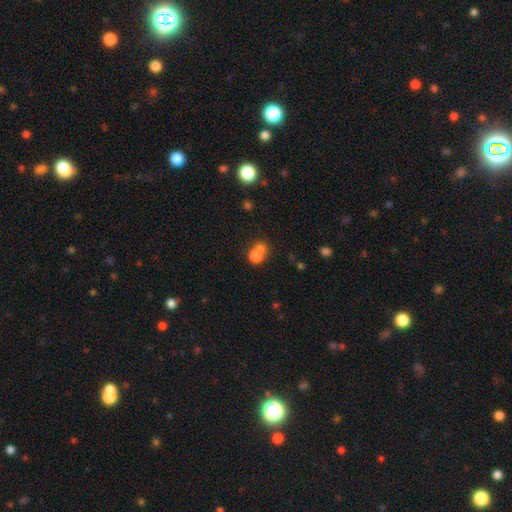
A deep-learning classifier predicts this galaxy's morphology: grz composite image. It shows a smooth galaxy with no disk features (75%) that is round (72%). Merging: merger (54%).